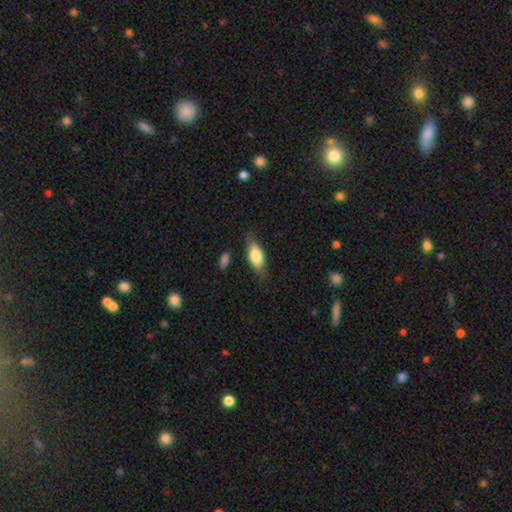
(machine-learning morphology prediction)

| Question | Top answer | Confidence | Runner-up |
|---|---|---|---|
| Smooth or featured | smooth | 74% | featured or disk (20%) |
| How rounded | in between | 82% | cigar-shaped (15%) |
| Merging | none | 72% | minor disturbance (20%) |